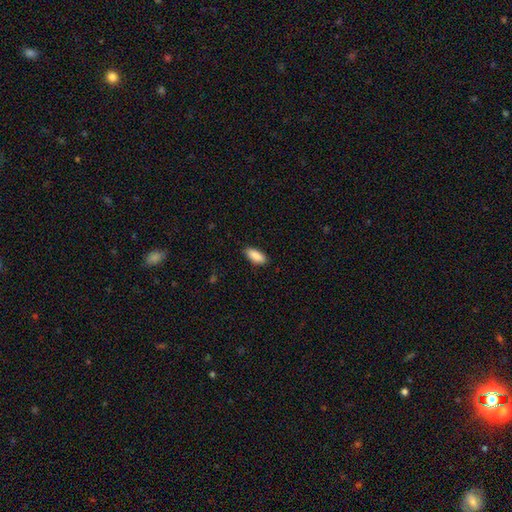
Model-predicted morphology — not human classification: The model was most divided on "how rounded": in between: 83%, cigar-shaped: 15%, round: 2%. More confident: smooth or featured — smooth (90%); merging — none (87%).